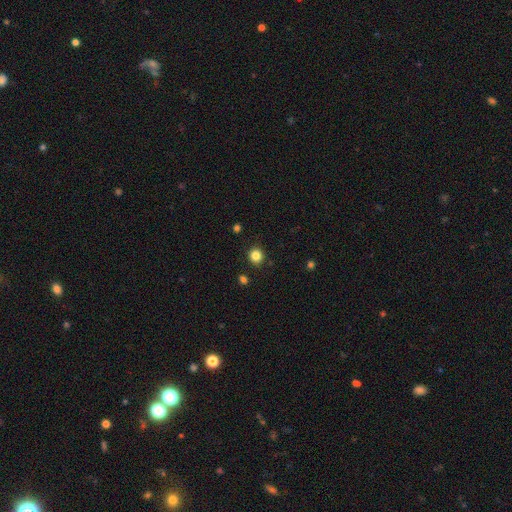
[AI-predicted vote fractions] The model was most divided on "smooth or featured": smooth: 84%, star or artifact: 12%, featured or disk: 4%. More confident: merging — none (90%); how rounded — round (90%).